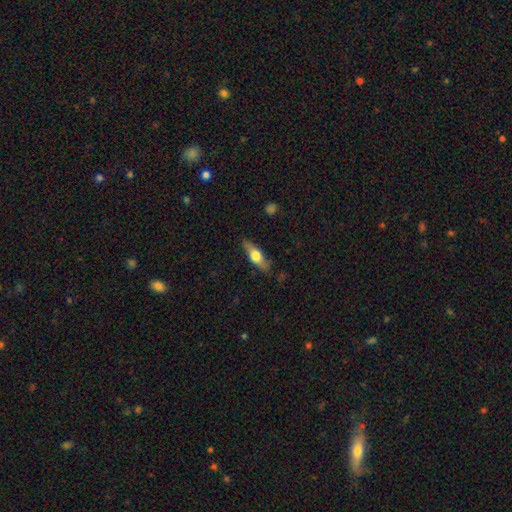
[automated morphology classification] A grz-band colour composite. It shows a featured or disk galaxy (47%, tied with smooth). Merging: none (81%).